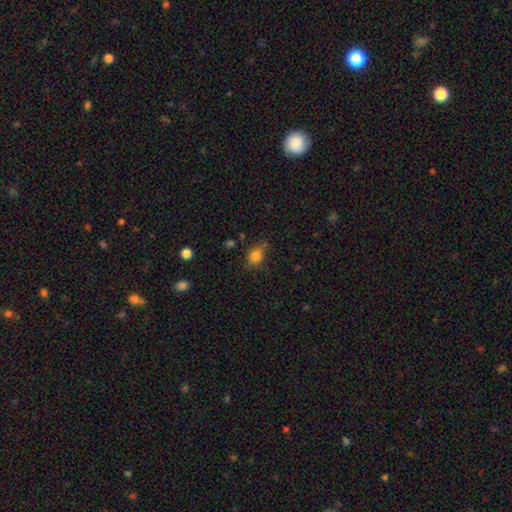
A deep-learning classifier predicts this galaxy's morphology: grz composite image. It shows a smooth galaxy with no disk features (82%) that is in between round and cigar-shaped (52%). Merging: none (63%).